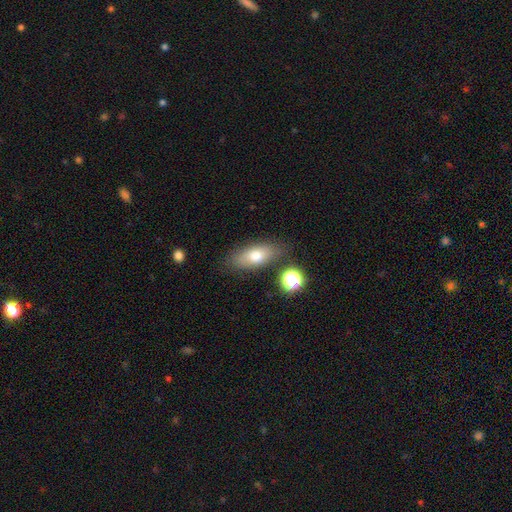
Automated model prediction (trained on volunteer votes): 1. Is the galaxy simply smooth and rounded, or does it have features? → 73% smooth, 19% featured or disk, 9% star or artifact.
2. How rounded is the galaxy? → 77% in between, 17% cigar-shaped, 6% round.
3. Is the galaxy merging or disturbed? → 79% none, 13% minor disturbance, 4% merger, 4% major disturbance.